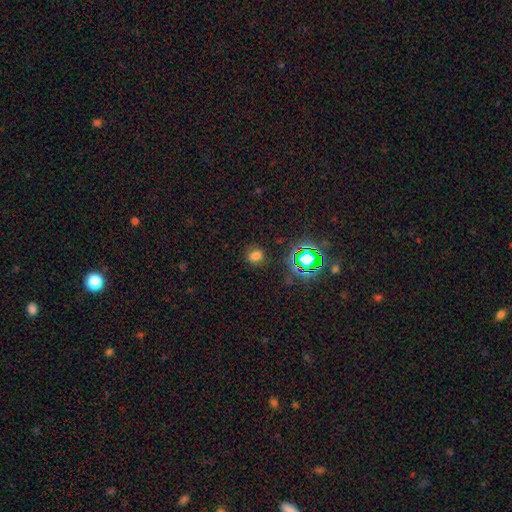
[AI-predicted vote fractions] The model was most divided on "how rounded": round: 63%, in between: 36%, cigar-shaped: 1%. More confident: merging — none (83%); smooth or featured — smooth (67%).